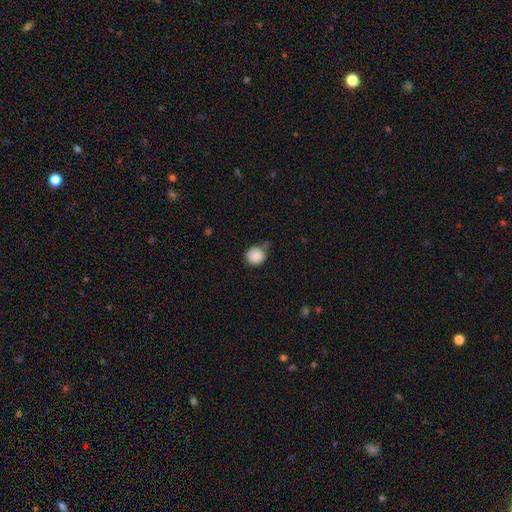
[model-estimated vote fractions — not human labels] This is clearly a smooth galaxy (86%). How rounded: clearly round (87%). Merging: possibly none (59%).